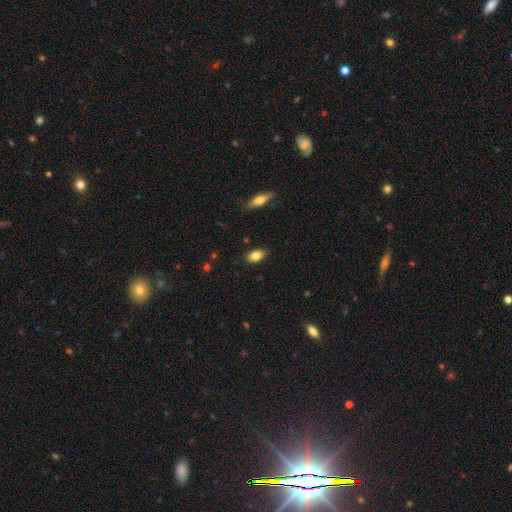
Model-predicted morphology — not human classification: A smooth galaxy with no disk features (82%) that is in between round and cigar-shaped (89%).

Vote fractions:
- Smooth or featured? smooth: 82% / featured or disk: 10% / star or artifact: 8%
- How rounded? in between: 89% / round: 7% / cigar-shaped: 4%
- Merging? none: 83% / minor disturbance: 13% / major disturbance: 3% / merger: 1%